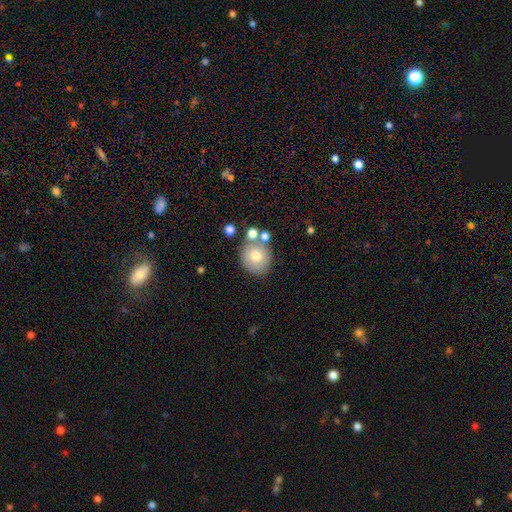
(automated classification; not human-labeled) Smooth or featured?
  - smooth: 72% *
  - featured or disk: 19%
  - star or artifact: 9%
How rounded?
  - round: 76% *
  - in between: 23%
  - cigar-shaped: 1%
Merging?
  - none: 64% *
  - merger: 17%
  - minor disturbance: 14%
  - major disturbance: 5%